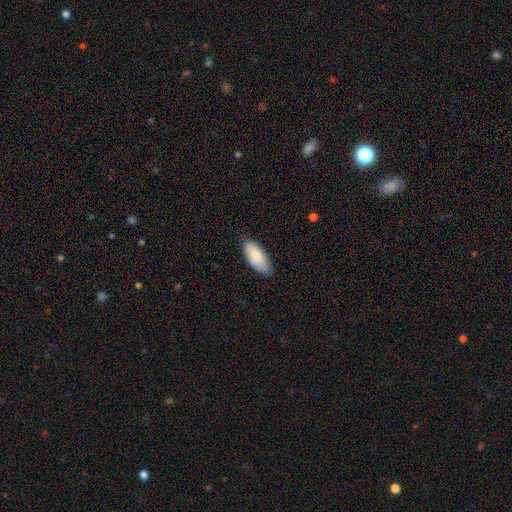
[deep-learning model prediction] smooth_or_featured: smooth (p=0.85) [alt: featured or disk p=0.10]
how_rounded: in between (p=0.86) [alt: cigar-shaped p=0.13]
merging: none (p=0.75) [alt: minor disturbance p=0.21]